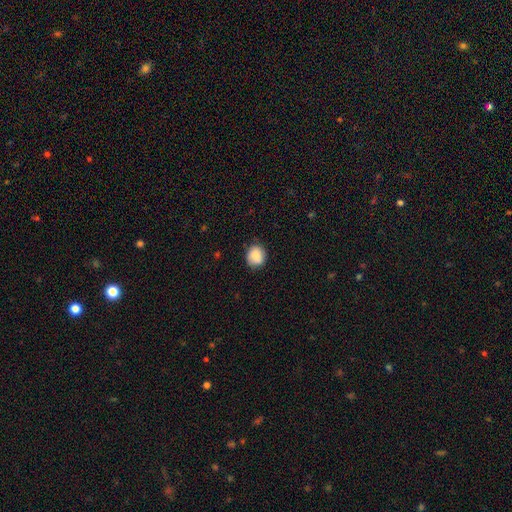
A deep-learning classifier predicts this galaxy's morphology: A smooth galaxy with no disk features (86%) that is round (80%). Merging: none (83%).